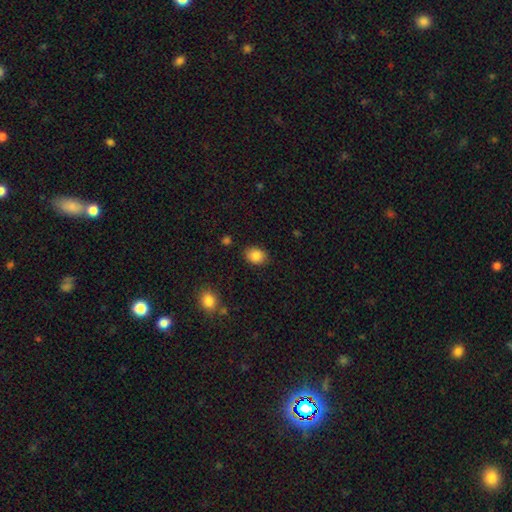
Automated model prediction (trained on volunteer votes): A smooth galaxy with no disk features (87%) that is in between round and cigar-shaped (66%).

Vote fractions:
- Smooth or featured? smooth: 87% / star or artifact: 9% / featured or disk: 4%
- How rounded? in between: 66% / round: 33% / cigar-shaped: 1%
- Merging? none: 84% / minor disturbance: 11% / major disturbance: 3% / merger: 2%